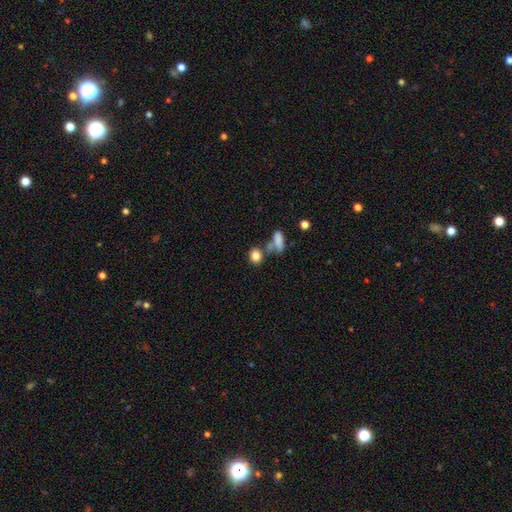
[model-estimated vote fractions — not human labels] This is clearly a smooth galaxy (83%). How rounded: possibly round (56%). Merging: possibly none (58%).